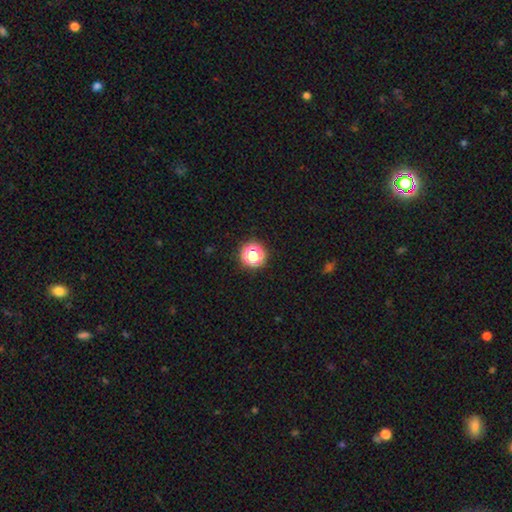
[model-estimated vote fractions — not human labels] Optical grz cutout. It shows a smooth galaxy with no disk features (51%) that is round (88%). Merging: none (81%).